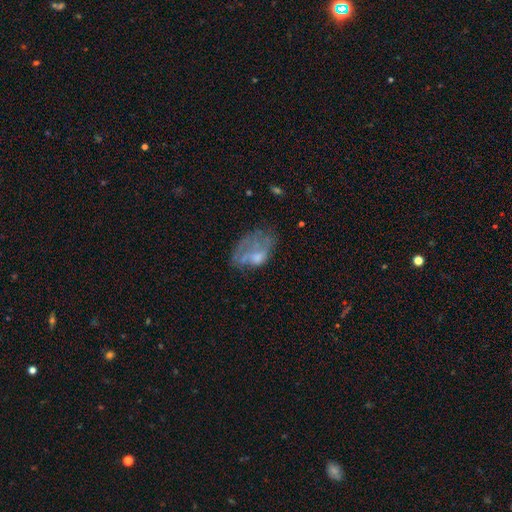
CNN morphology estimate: Q: Smooth or featured?
A: featured or disk (46%); runner-up: smooth (44%)
Q: Merging?
A: major disturbance (41%); runner-up: none (30%)